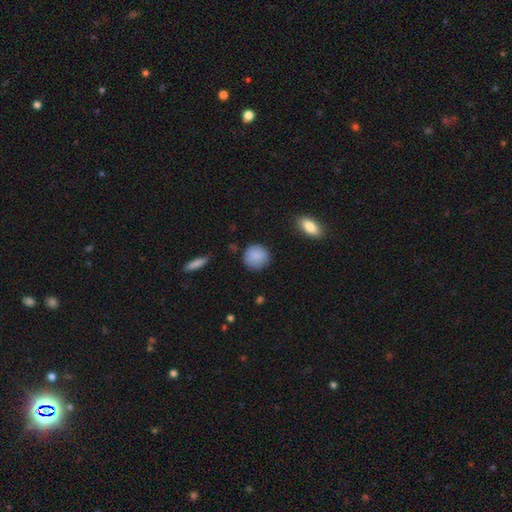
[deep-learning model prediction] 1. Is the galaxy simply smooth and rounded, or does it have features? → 88% smooth, 7% star or artifact, 5% featured or disk.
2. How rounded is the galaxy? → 90% round, 9% in between, 1% cigar-shaped.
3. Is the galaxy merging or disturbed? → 83% none, 12% minor disturbance, 3% major disturbance, 2% merger.